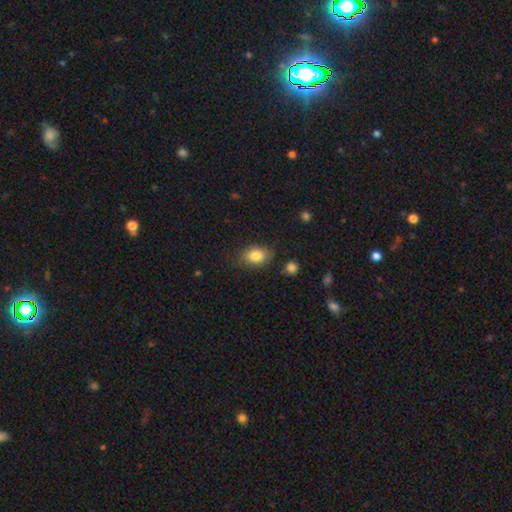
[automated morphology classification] This is clearly a smooth galaxy (83%). How rounded: likely in between (76%). Merging: likely none (78%).